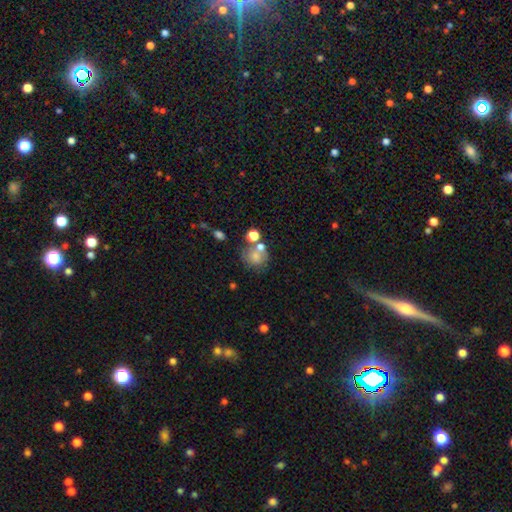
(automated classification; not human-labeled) Smooth or featured: smooth — 66% (featured or disk — 21%)
How rounded: round — 73% (in between — 26%)
Merging: none — 44% (merger — 30%)